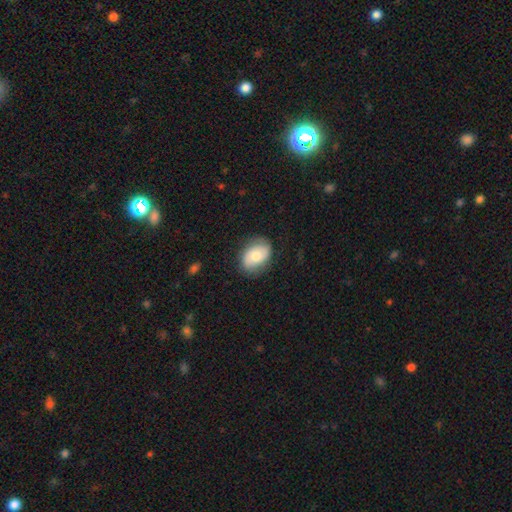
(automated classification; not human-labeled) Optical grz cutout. It shows a smooth galaxy with no disk features (62%) that is in between round and cigar-shaped (78%). Merging: none (78%).